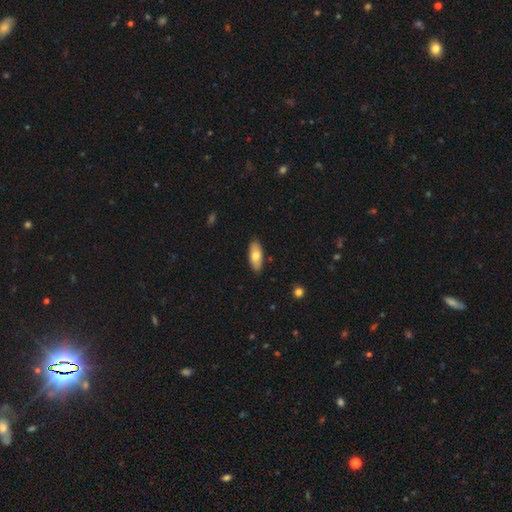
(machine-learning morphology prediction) type=smooth (73%); roundness=in between (83%); merging=none (87%).